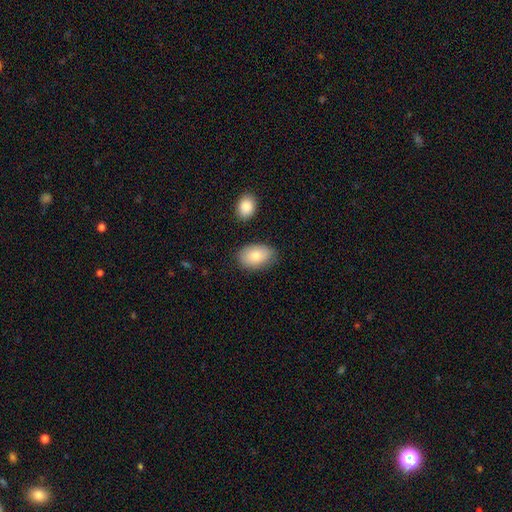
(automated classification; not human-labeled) Smooth or featured?
  - smooth: 82% *
  - featured or disk: 11%
  - star or artifact: 6%
How rounded?
  - in between: 90% *
  - round: 9%
  - cigar-shaped: 1%
Merging?
  - none: 77% *
  - minor disturbance: 16%
  - merger: 4%
  - major disturbance: 3%